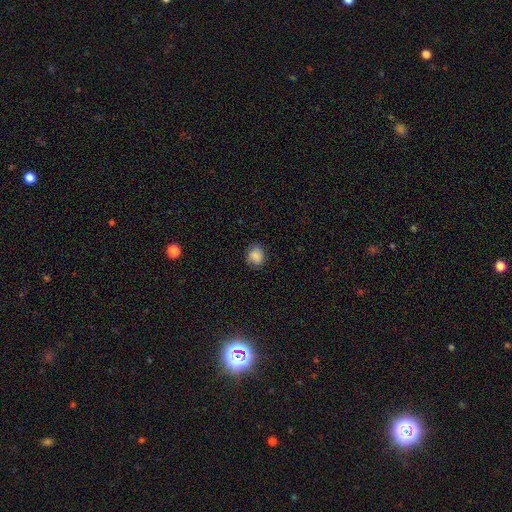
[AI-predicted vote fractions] This is likely a smooth galaxy (76%). How rounded: likely round (64%). Merging: likely none (75%).